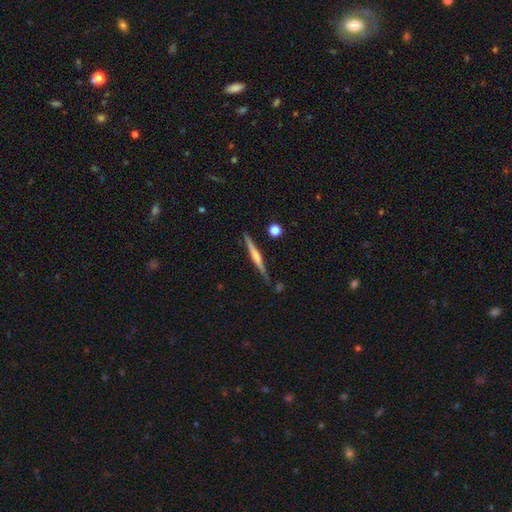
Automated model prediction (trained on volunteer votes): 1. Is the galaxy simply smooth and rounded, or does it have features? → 66% featured or disk, 27% smooth, 6% star or artifact.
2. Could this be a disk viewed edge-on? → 98% yes, 2% no.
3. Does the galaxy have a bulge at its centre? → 66% rounded, 22% none, 12% boxy.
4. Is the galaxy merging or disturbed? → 85% none, 11% minor disturbance, 3% merger, 2% major disturbance.